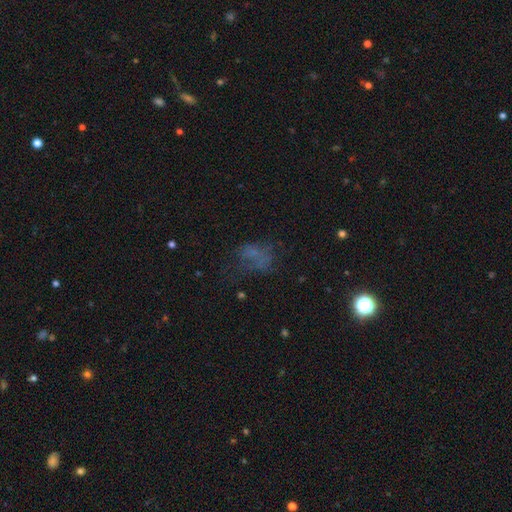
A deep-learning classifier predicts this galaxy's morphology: A smooth galaxy with no disk features (40%).

Vote fractions:
- Smooth or featured? smooth: 40% / featured or disk: 31% / star or artifact: 29%
- Merging? none: 39% / major disturbance: 37% / minor disturbance: 19% / merger: 5%